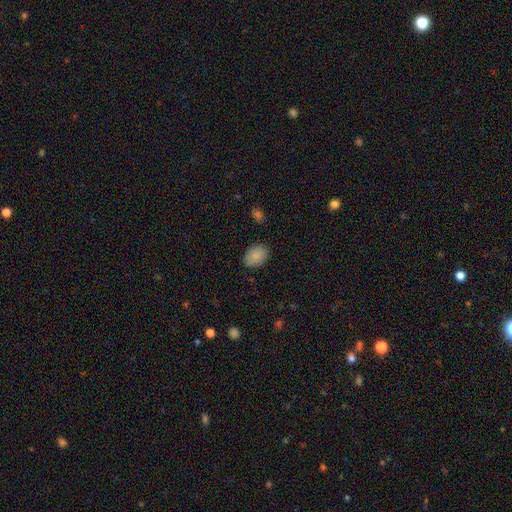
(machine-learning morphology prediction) Overall: smooth (87%). How rounded: in between (75%). Merging: none (86%).